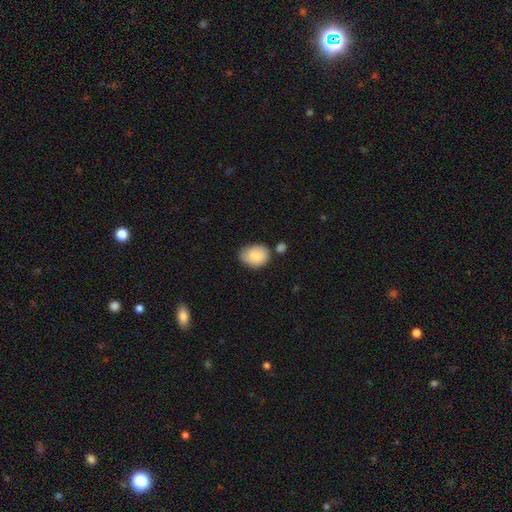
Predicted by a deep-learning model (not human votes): Q: Smooth or featured?
A: smooth (83%); runner-up: featured or disk (10%)
Q: How rounded?
A: in between (60%); runner-up: round (39%)
Q: Merging?
A: none (61%); runner-up: minor disturbance (24%)